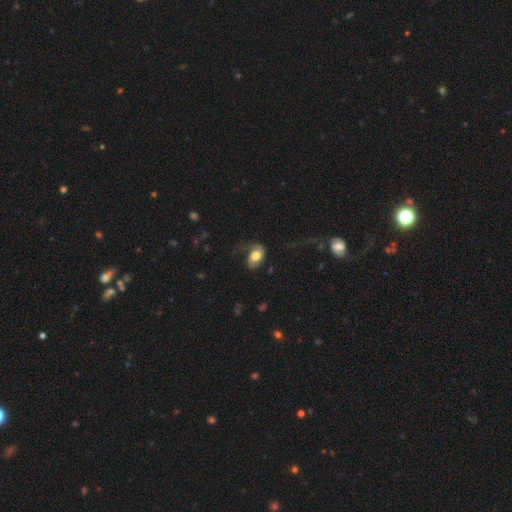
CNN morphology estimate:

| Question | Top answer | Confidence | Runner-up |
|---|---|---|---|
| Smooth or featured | smooth | 52% | featured or disk (41%) |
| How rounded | in between | 78% | round (20%) |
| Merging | none | 38% | major disturbance (34%) |